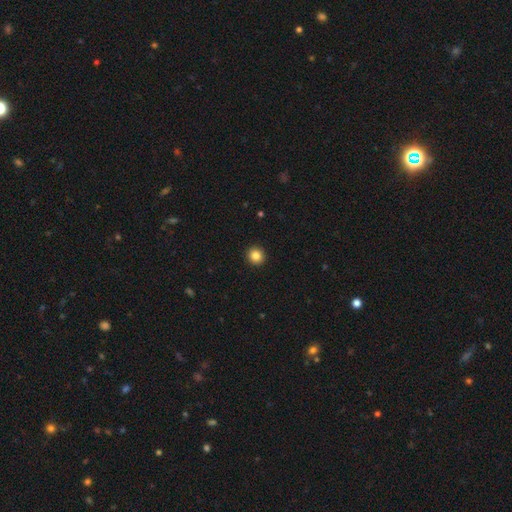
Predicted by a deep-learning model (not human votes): The model was most divided on "smooth or featured": smooth: 85%, star or artifact: 11%, featured or disk: 4%. More confident: how rounded — round (93%); merging — none (93%).